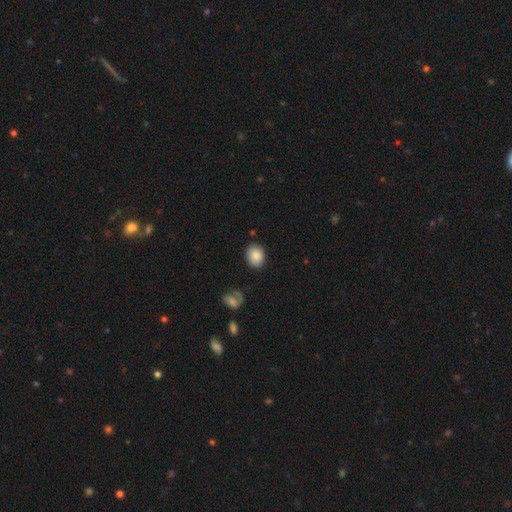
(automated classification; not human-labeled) Smooth or featured? Predicted: smooth (p=0.86). How rounded? Predicted: round (p=0.51). Merging? Predicted: none (p=0.83).